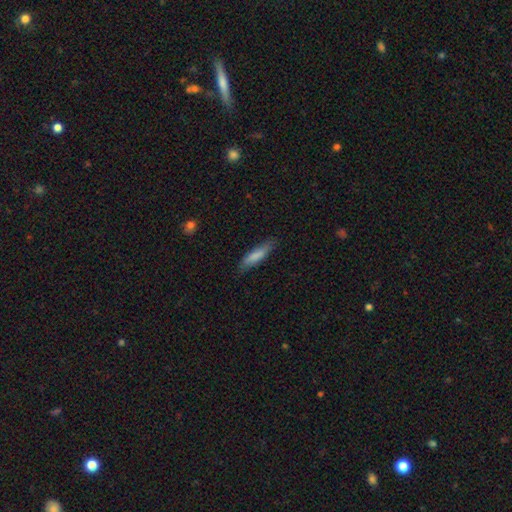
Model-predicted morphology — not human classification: type=smooth (79%); roundness=cigar-shaped (72%); merging=none (79%).